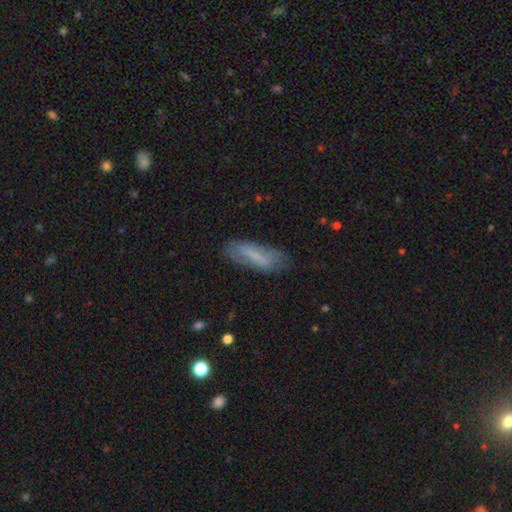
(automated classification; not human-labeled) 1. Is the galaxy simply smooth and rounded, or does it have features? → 55% smooth, 36% featured or disk, 8% star or artifact.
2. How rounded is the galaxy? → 52% cigar-shaped, 47% in between, 2% round.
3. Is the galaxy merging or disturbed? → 70% none, 21% minor disturbance, 7% major disturbance, 2% merger.